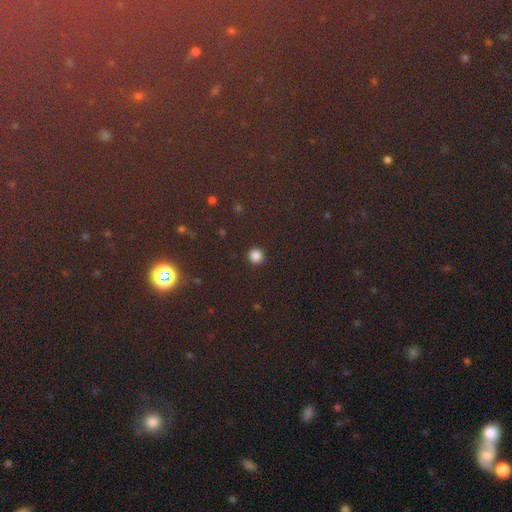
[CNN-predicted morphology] Smooth or featured: smooth — 83% (star or artifact — 13%)
How rounded: round — 92% (in between — 7%)
Merging: none — 91% (minor disturbance — 6%)